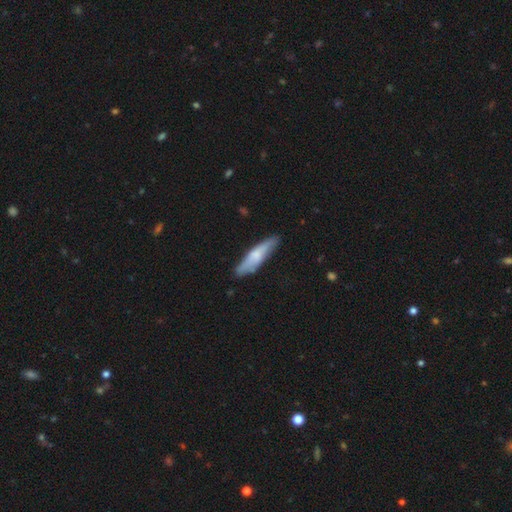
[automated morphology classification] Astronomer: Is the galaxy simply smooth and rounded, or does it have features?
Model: smooth — 62%.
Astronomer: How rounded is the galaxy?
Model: cigar-shaped — 77%.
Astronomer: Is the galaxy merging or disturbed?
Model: none — 81%.